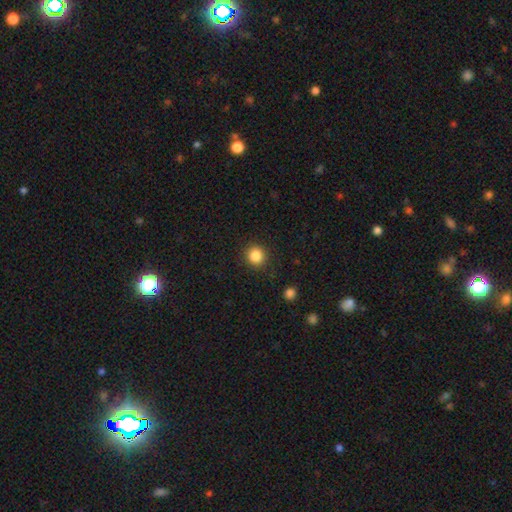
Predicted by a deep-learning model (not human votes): This appears to be a smooth galaxy with no disk features (85%) that is round (92%). Merging: none (91%).